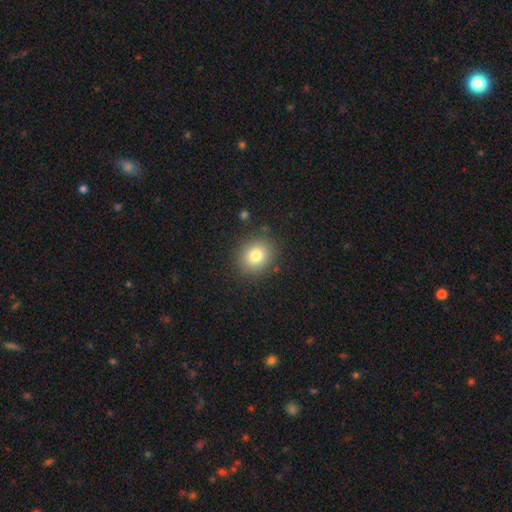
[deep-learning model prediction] Smooth or featured? smooth (80%)
How rounded? round (76%)
Merging? none (87%)